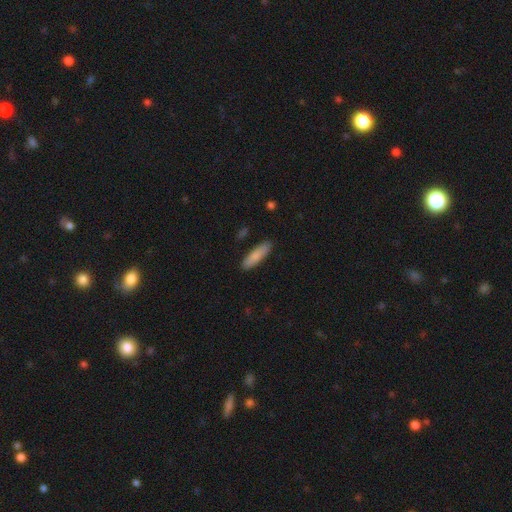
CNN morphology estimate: type=smooth (84%); roundness=cigar-shaped (62%); merging=none (88%).